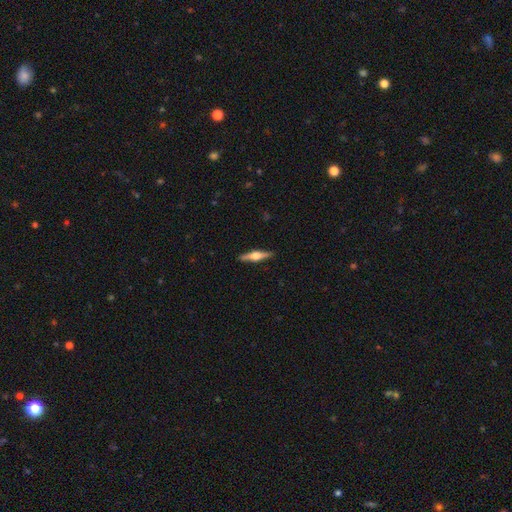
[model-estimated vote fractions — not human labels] smooth_or_featured: featured or disk (p=0.66) [alt: smooth p=0.28]
disk_edge_on: yes (p=0.97) [alt: no p=0.03]
edge_on_bulge: rounded (p=0.90) [alt: boxy p=0.07]
merging: none (p=0.90) [alt: minor disturbance p=0.07]